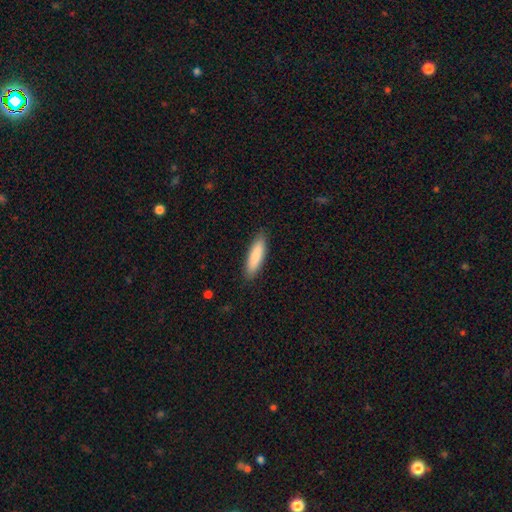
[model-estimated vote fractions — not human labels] smooth-or-featured: smooth: 87% | featured or disk: 8% | star or artifact: 5%
  how-rounded: cigar-shaped: 72% | in between: 27% | round: 1%
  merging: none: 89% | minor disturbance: 8% | major disturbance: 2% | merger: 1%